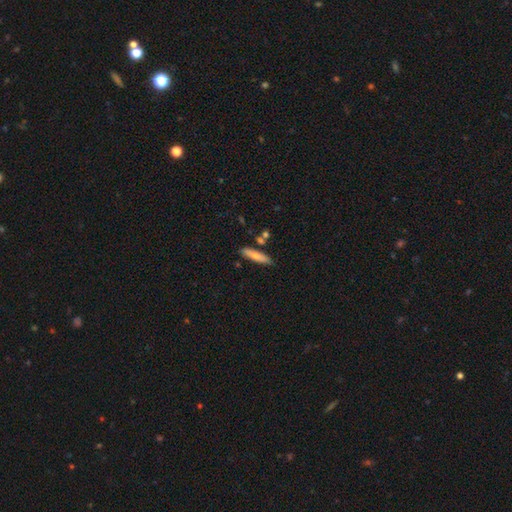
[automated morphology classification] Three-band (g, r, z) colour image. It shows a smooth galaxy with no disk features (72%) that is cigar-shaped (78%). Merging: none (78%).